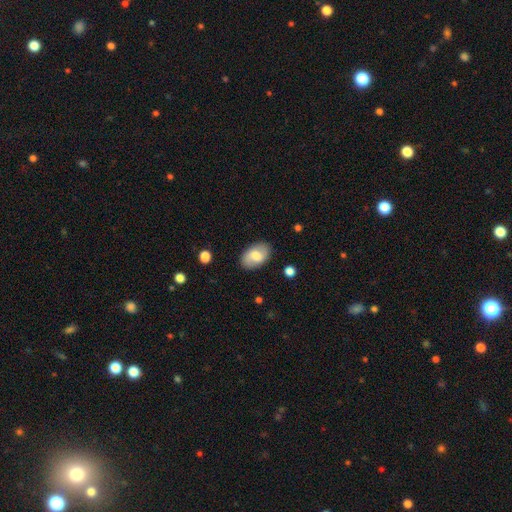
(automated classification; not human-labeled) Overall: smooth (69%). How rounded: in between (92%). Merging: none (86%).